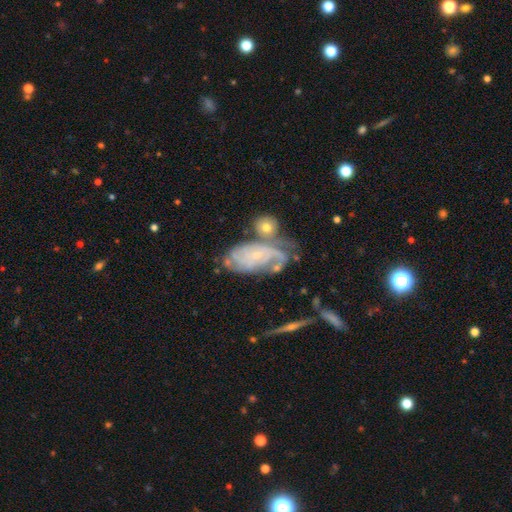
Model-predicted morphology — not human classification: Q: Smooth or featured?
A: featured or disk (78%); runner-up: smooth (14%)
Q: Edge-on disk?
A: no (93%); runner-up: yes (7%)
Q: Bar?
A: no (72%); runner-up: weak (23%)
Q: Spiral arms?
A: yes (92%); runner-up: no (8%)
Q: Spiral winding?
A: tight (59%); runner-up: medium (30%)
Q: Spiral arm count?
A: can't tell (39%); runner-up: 2 (23%)
Q: Bulge size?
A: small (79%); runner-up: moderate (15%)
Q: Merging?
A: none (47%); runner-up: minor disturbance (21%)